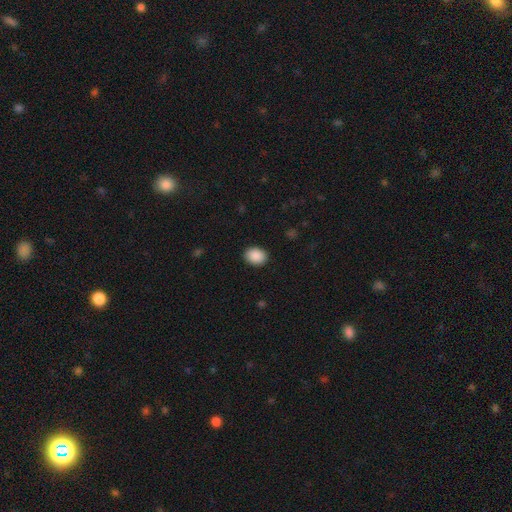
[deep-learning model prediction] Q: Smooth or featured?
A: smooth (90%); runner-up: star or artifact (7%)
Q: How rounded?
A: in between (59%); runner-up: round (40%)
Q: Merging?
A: none (89%); runner-up: minor disturbance (8%)